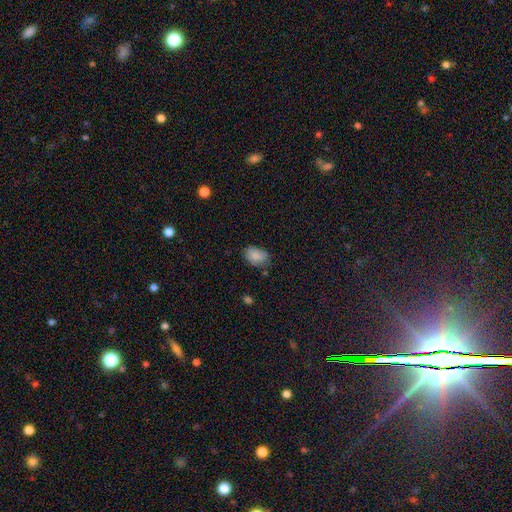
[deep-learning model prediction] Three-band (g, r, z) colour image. It shows a smooth galaxy with no disk features (85%) that is in between round and cigar-shaped (80%). Merging: none (70%).